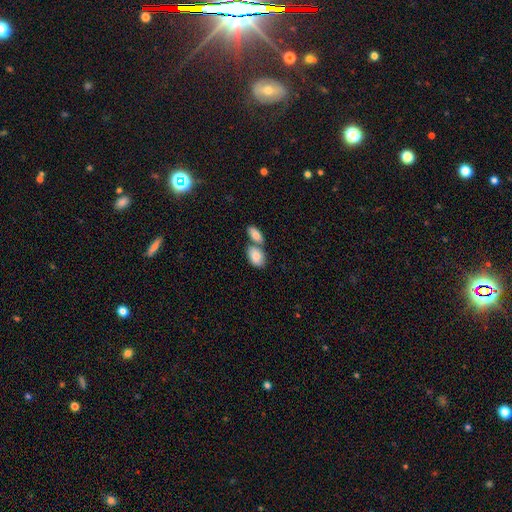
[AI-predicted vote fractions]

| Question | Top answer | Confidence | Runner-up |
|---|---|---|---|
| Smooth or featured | smooth | 84% | featured or disk (10%) |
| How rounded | in between | 91% | round (7%) |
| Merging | merger | 55% | none (32%) |